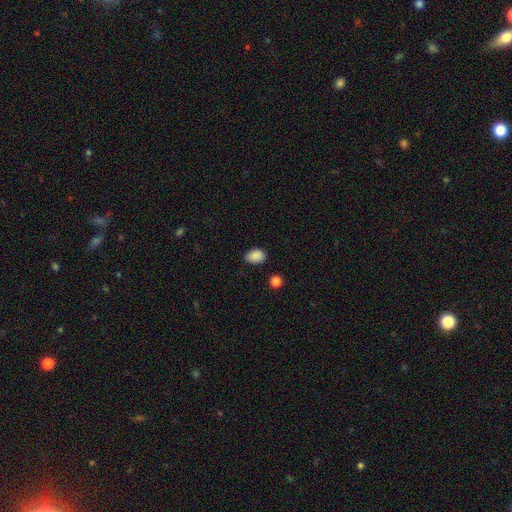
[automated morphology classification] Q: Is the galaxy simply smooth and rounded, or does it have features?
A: smooth — 88%.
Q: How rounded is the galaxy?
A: in between — 80%.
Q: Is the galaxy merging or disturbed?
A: none — 82%.